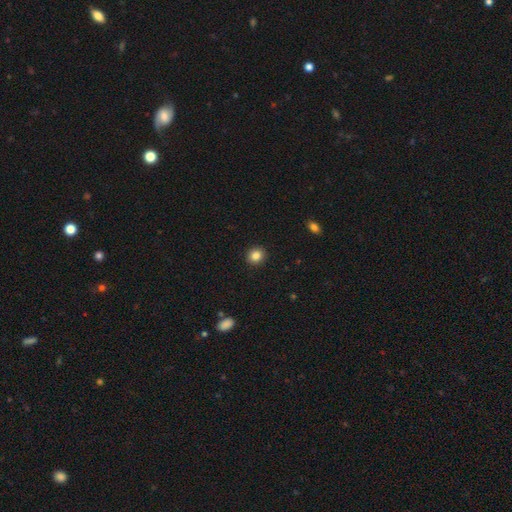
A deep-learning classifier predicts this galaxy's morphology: Smooth or featured? Predicted: smooth (p=0.85). How rounded? Predicted: round (p=0.79). Merging? Predicted: none (p=0.92).